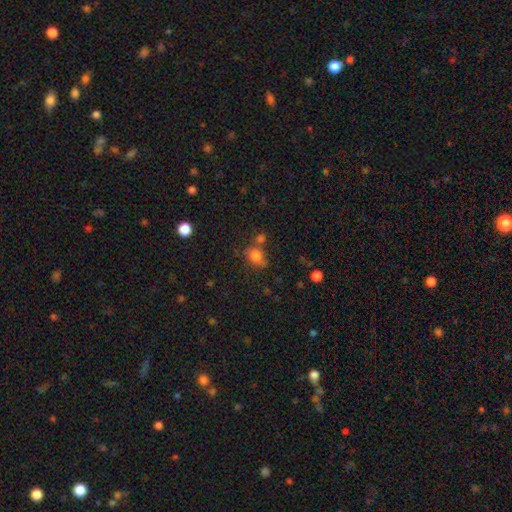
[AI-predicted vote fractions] Q: Smooth or featured?
A: smooth (77%); runner-up: star or artifact (12%)
Q: How rounded?
A: round (50%); runner-up: in between (48%)
Q: Merging?
A: none (53%); runner-up: minor disturbance (20%)